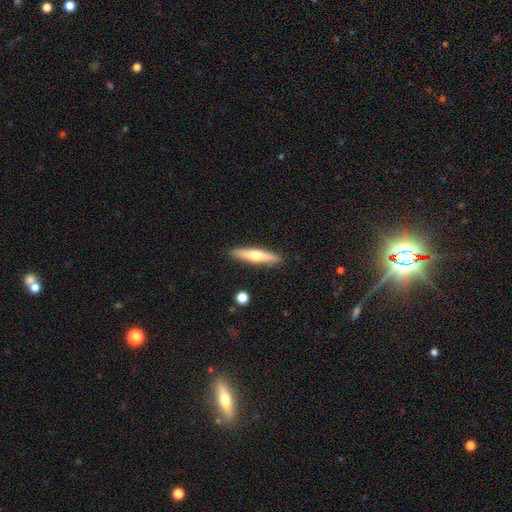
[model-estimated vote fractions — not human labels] Morphology: type=smooth (49%); merging=none (89%).